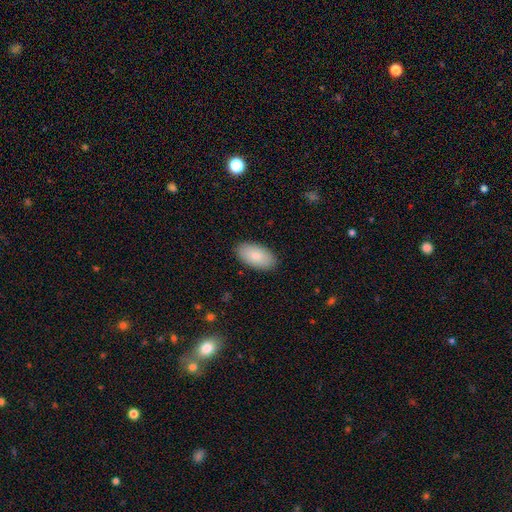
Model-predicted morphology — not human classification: Smooth or featured?
  - smooth: 87% *
  - featured or disk: 8%
  - star or artifact: 5%
How rounded?
  - in between: 96% *
  - round: 2%
  - cigar-shaped: 2%
Merging?
  - none: 89% *
  - minor disturbance: 9%
  - major disturbance: 2%
  - merger: 1%